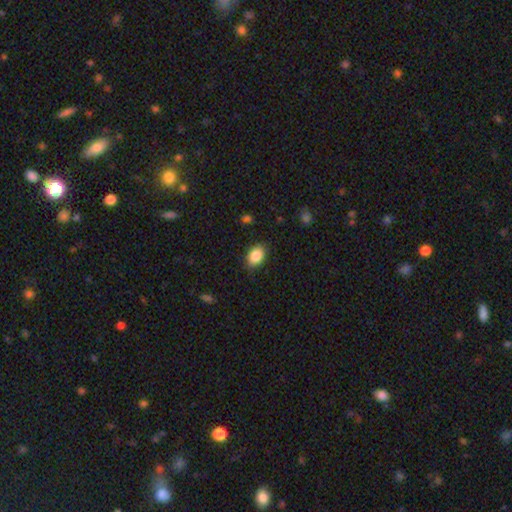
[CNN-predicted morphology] This is clearly a smooth galaxy (87%). How rounded: clearly in between (81%). Merging: clearly none (84%).